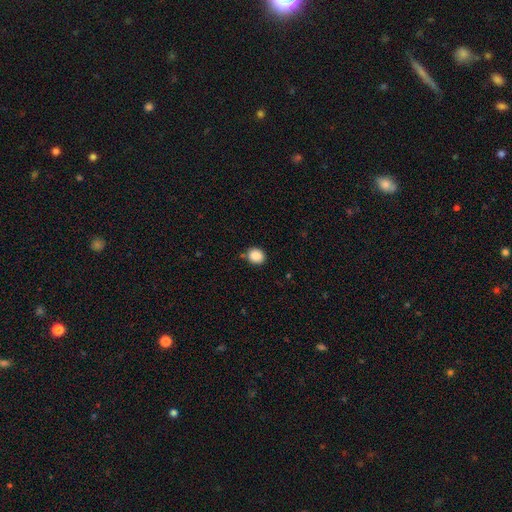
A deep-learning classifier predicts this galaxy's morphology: smooth 87%, star or artifact 9%, featured or disk 4%. Down the decision tree: how rounded — round (67%); merging — none (80%).